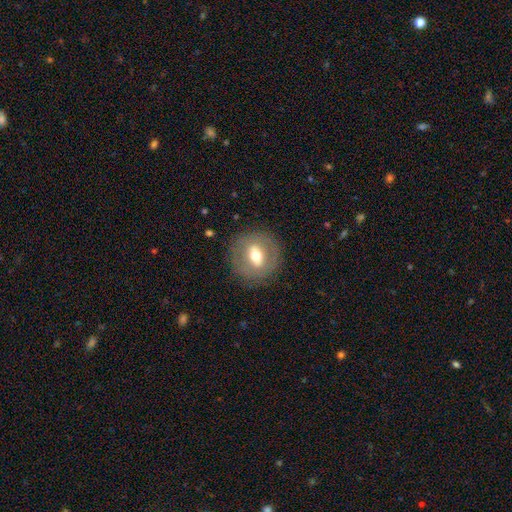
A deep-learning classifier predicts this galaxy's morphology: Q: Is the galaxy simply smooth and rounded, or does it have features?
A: featured or disk — 47%.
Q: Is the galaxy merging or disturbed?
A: none — 83%.